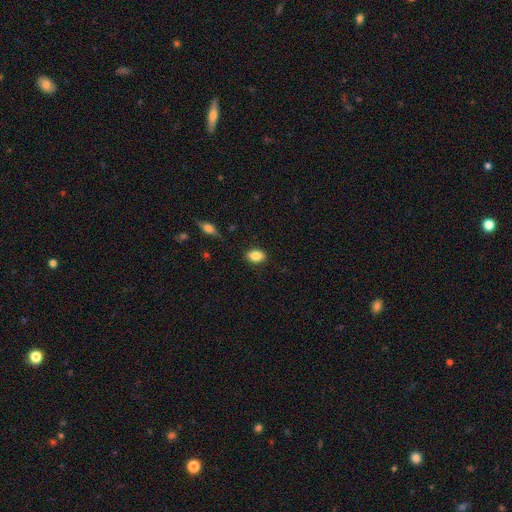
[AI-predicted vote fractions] smooth-or-featured: smooth: 85% | star or artifact: 8% | featured or disk: 6%
  how-rounded: in between: 80% | round: 18% | cigar-shaped: 2%
  merging: none: 87% | minor disturbance: 10% | major disturbance: 2% | merger: 1%